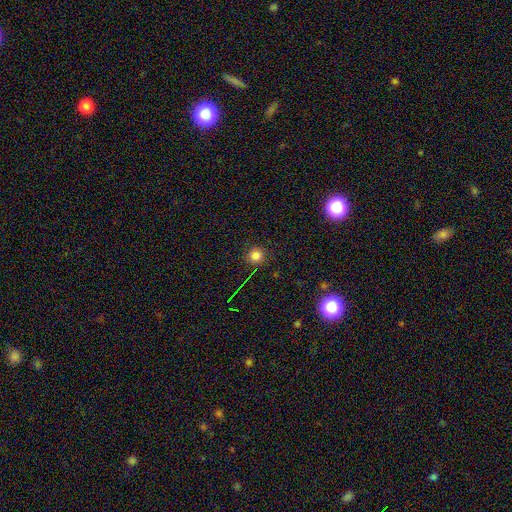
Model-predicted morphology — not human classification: Smooth or featured?
  - smooth: 79% *
  - star or artifact: 16%
  - featured or disk: 5%
How rounded?
  - round: 93% *
  - in between: 6%
  - cigar-shaped: 1%
Merging?
  - none: 89% *
  - minor disturbance: 7%
  - major disturbance: 2%
  - merger: 1%